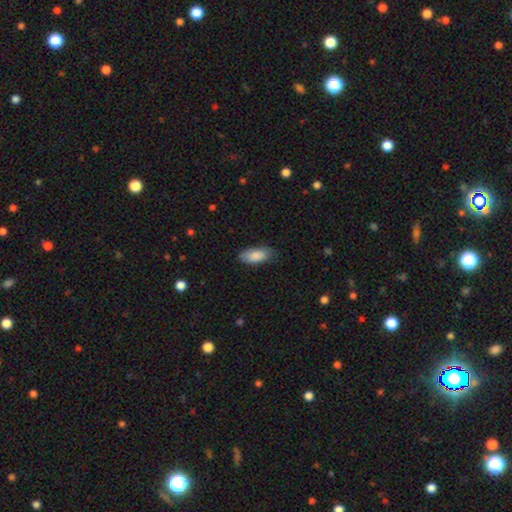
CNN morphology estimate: A smooth galaxy with no disk features (88%) that is in between round and cigar-shaped (88%).

Vote fractions:
- Smooth or featured? smooth: 88% / featured or disk: 6% / star or artifact: 6%
- How rounded? in between: 88% / cigar-shaped: 10% / round: 2%
- Merging? none: 81% / minor disturbance: 16% / major disturbance: 3% / merger: 1%